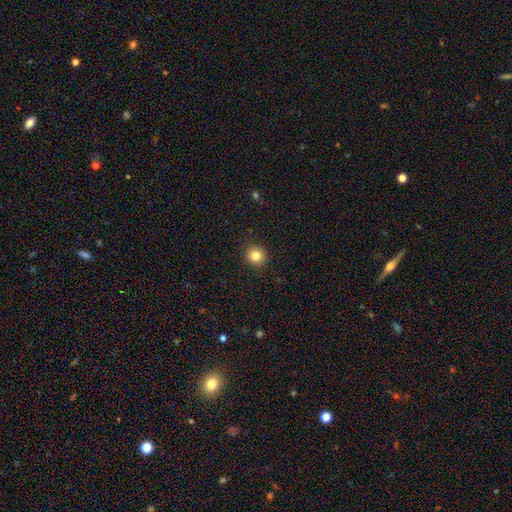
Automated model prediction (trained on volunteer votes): Overall: smooth (83%). How rounded: round (91%). Merging: none (92%).